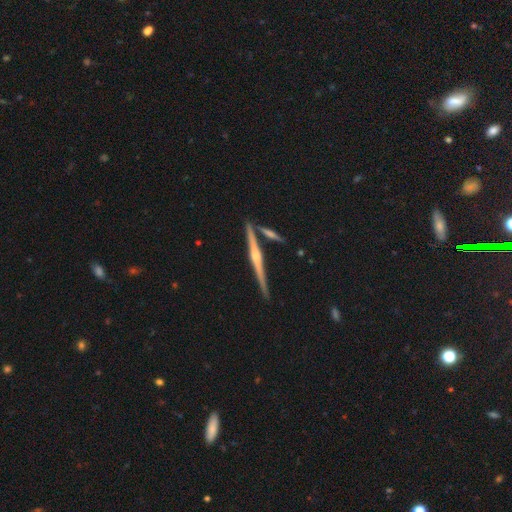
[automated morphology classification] The model was most divided on "edge-on bulge": rounded: 77%, none: 13%, boxy: 10%. More confident: edge-on disk — yes (98%); merging — none (82%); smooth or featured — featured or disk (80%).